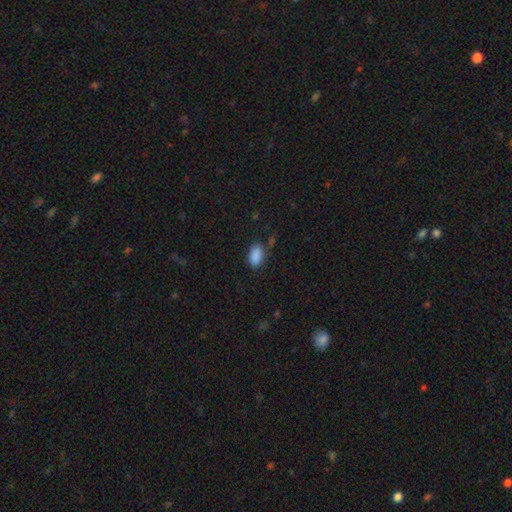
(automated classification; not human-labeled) This is clearly a smooth galaxy (88%). How rounded: clearly in between (91%). Merging: likely none (76%).